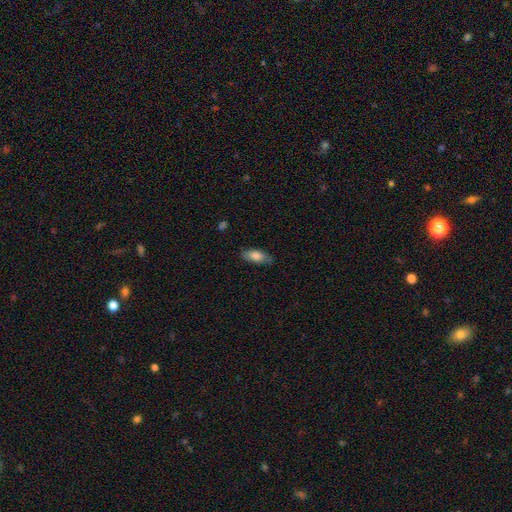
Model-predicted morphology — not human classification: smooth-or-featured: smooth: 78% | featured or disk: 16% | star or artifact: 7%
  how-rounded: in between: 81% | cigar-shaped: 17% | round: 2%
  merging: none: 76% | minor disturbance: 19% | major disturbance: 4% | merger: 1%